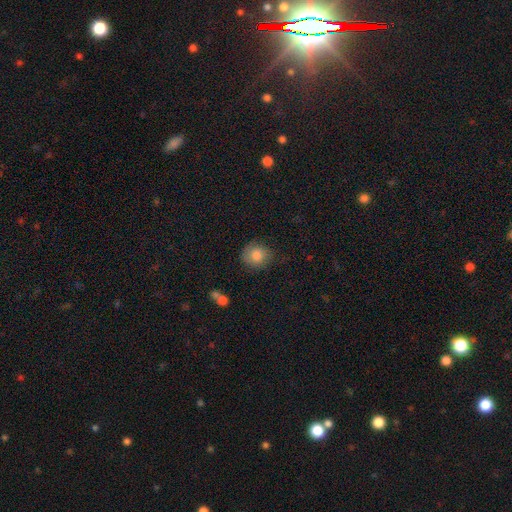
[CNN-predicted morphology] smooth 83%, featured or disk 9%, star or artifact 8%. Down the decision tree: how rounded — round (82%); merging — none (76%).